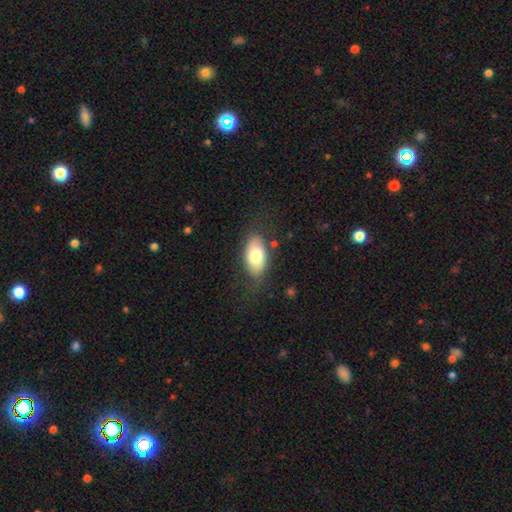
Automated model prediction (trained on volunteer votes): Overall: smooth (73%). How rounded: in between (93%). Merging: none (74%).